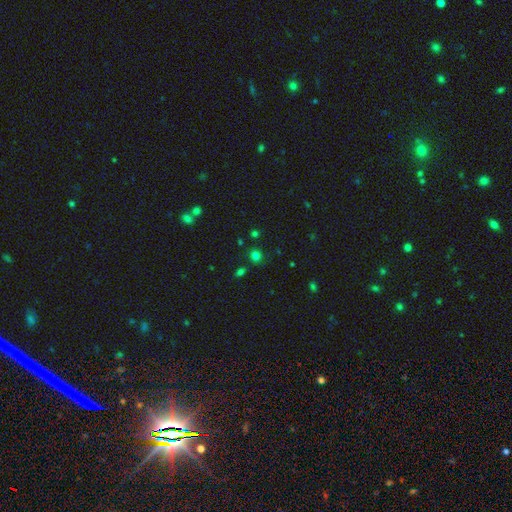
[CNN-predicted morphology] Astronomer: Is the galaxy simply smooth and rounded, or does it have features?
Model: smooth — 72%.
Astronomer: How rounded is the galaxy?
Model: round — 83%.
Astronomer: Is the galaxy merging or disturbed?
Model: none — 82%.